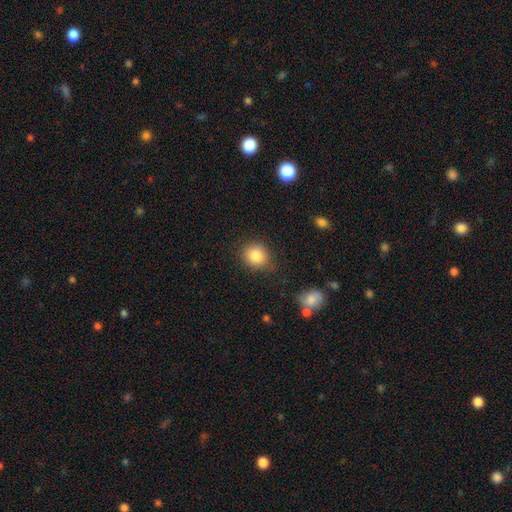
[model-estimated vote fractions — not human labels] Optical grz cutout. It shows a smooth galaxy with no disk features (84%) that is round (81%). Merging: none (81%).